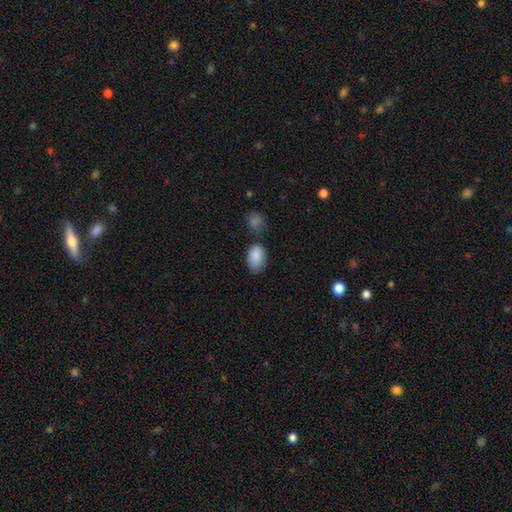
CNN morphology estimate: smooth 88%, star or artifact 7%, featured or disk 5%. Down the decision tree: how rounded — in between (90%); merging — none (61%).